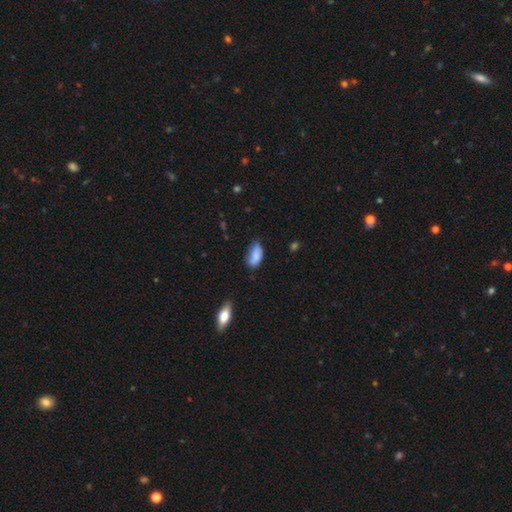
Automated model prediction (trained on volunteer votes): Overall: smooth (83%). How rounded: in between (92%). Merging: none (55%; minor disturbance 34%).